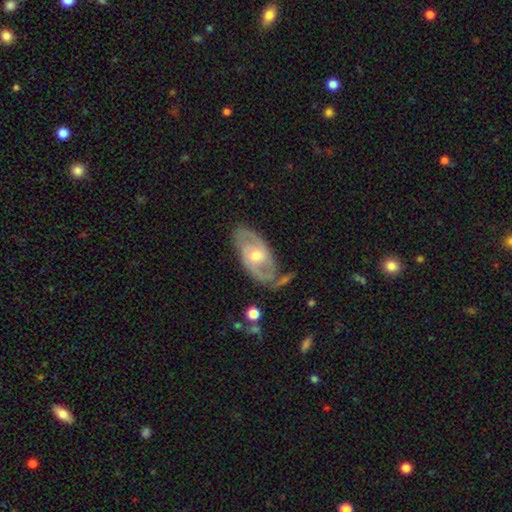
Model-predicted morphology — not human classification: type=featured or disk (81%); edge-on=no (94%); bar=no (53%); spiral arms=yes (90%); winding=medium (45%); arm count=2 (79%); bulge=moderate (55%); merging=none (68%).